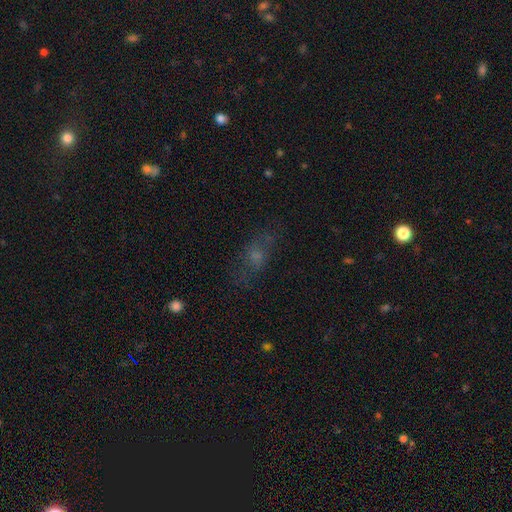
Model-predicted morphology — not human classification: type=smooth (45%); merging=none (67%).